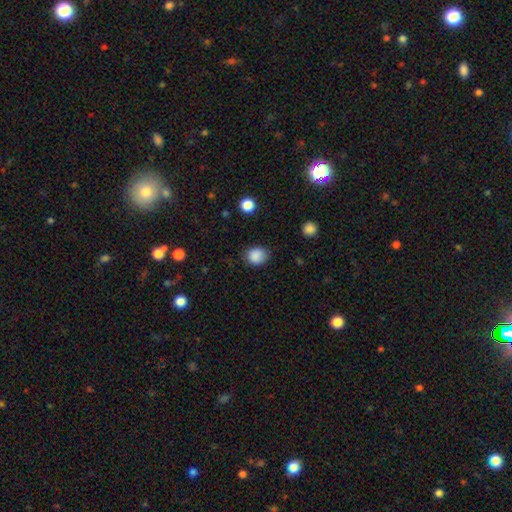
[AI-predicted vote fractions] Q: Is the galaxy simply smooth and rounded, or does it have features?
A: smooth — 87%.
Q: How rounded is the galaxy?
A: round — 63%.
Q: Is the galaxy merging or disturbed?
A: none — 74%.